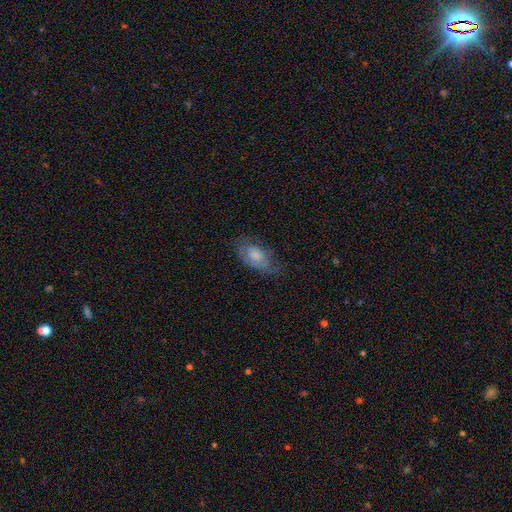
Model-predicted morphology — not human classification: smooth_or_featured: smooth (p=0.55) [alt: featured or disk p=0.37]
how_rounded: in between (p=0.91) [alt: round p=0.05]
merging: none (p=0.51) [alt: minor disturbance p=0.30]